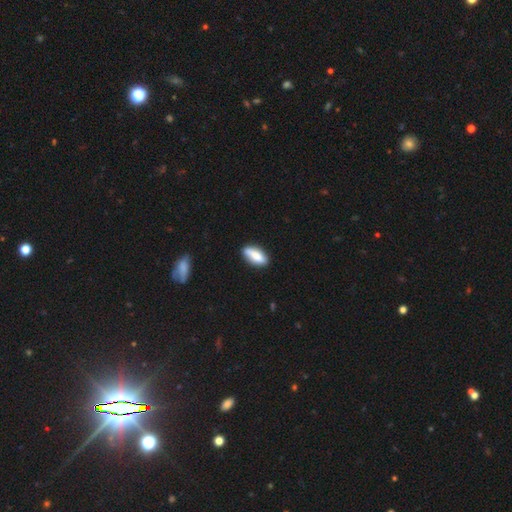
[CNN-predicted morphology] A smooth galaxy with no disk features (74%) that is in between round and cigar-shaped (74%). Merging: none (79%).